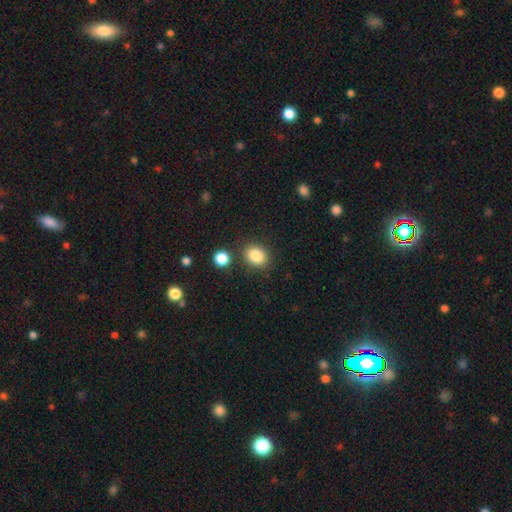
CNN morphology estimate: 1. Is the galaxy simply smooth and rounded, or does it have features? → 85% smooth, 9% star or artifact, 5% featured or disk.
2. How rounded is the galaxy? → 56% in between, 43% round, 1% cigar-shaped.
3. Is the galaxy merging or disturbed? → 82% none, 9% minor disturbance, 5% merger, 3% major disturbance.